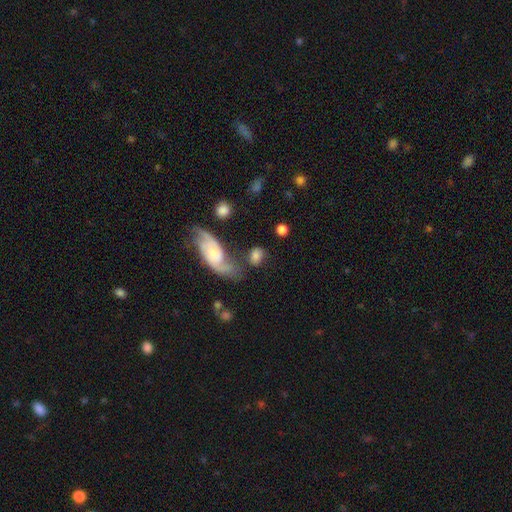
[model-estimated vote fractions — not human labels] The model was most divided on "how rounded": in between: 61%, round: 36%, cigar-shaped: 3%. More confident: smooth or featured — smooth (66%); merging — none (53%).